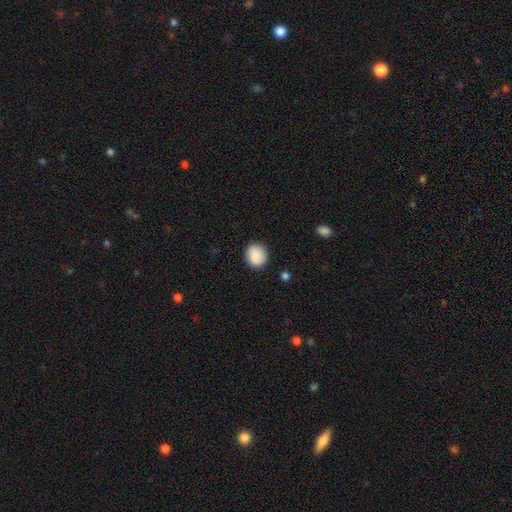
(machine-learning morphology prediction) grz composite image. It shows a smooth galaxy with no disk features (89%) that is round (70%). Merging: none (88%).